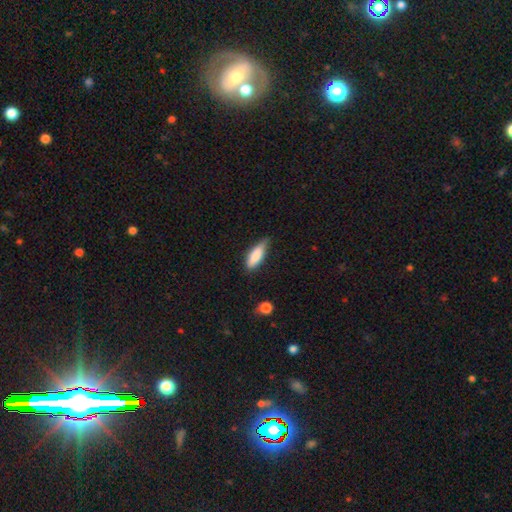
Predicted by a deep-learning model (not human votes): Smooth or featured?
  - smooth: 83% *
  - featured or disk: 11%
  - star or artifact: 6%
How rounded?
  - in between: 60% *
  - cigar-shaped: 39%
  - round: 2%
Merging?
  - none: 62% *
  - minor disturbance: 31%
  - major disturbance: 5%
  - merger: 2%